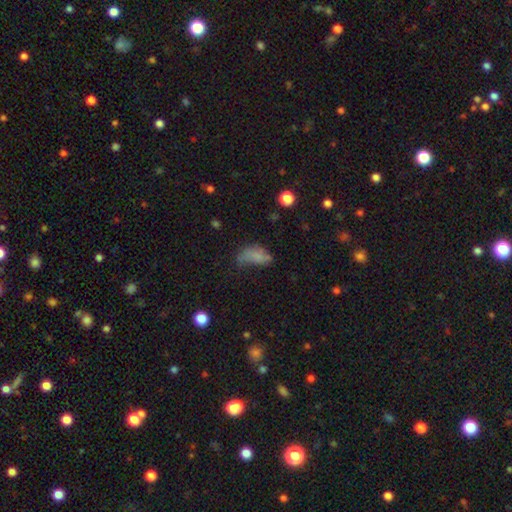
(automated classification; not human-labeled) Smooth or featured?
  - smooth: 65% *
  - featured or disk: 21%
  - star or artifact: 14%
How rounded?
  - in between: 88% *
  - cigar-shaped: 7%
  - round: 5%
Merging?
  - none: 32% *
  - minor disturbance: 31%
  - major disturbance: 30%
  - merger: 7%